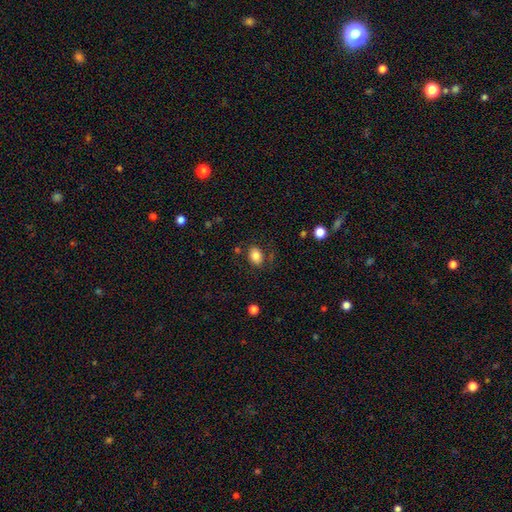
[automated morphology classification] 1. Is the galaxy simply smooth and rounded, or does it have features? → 83% smooth, 9% featured or disk, 9% star or artifact.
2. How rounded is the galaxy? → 77% in between, 22% round, 1% cigar-shaped.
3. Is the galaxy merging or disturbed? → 77% none, 14% minor disturbance, 5% major disturbance, 4% merger.